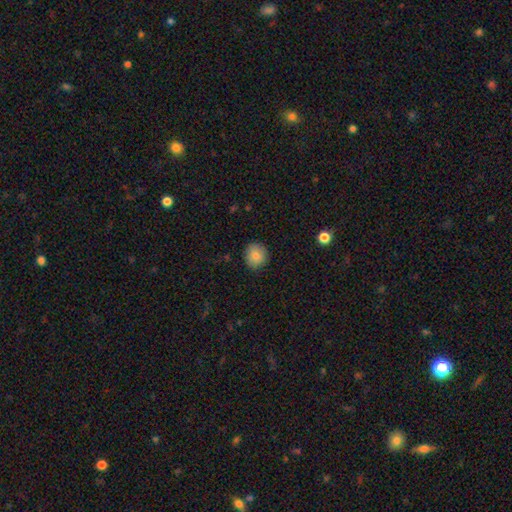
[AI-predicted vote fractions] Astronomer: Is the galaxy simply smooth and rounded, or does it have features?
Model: smooth — 84%.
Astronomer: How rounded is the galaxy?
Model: round — 86%.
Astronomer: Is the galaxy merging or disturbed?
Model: none — 87%.